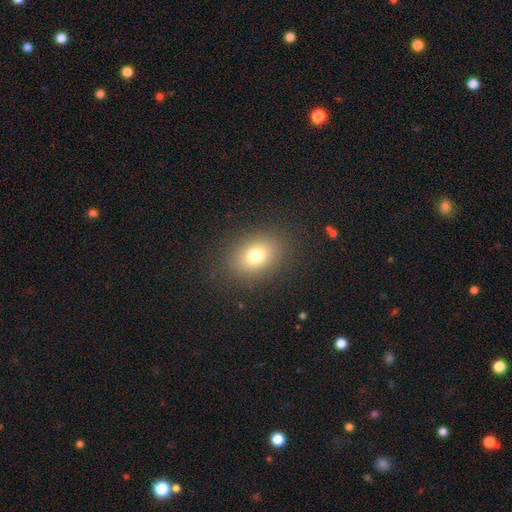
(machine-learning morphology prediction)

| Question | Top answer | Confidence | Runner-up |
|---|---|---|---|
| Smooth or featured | smooth | 76% | star or artifact (13%) |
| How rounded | in between | 67% | round (32%) |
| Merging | none | 86% | minor disturbance (8%) |